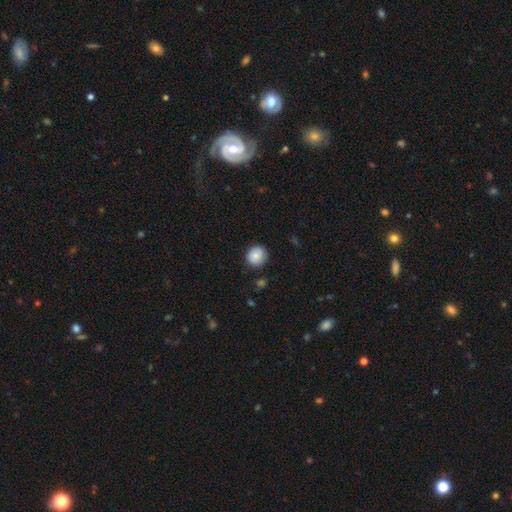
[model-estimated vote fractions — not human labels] A smooth galaxy with no disk features (84%) that is round (86%).

Vote fractions:
- Smooth or featured? smooth: 84% / featured or disk: 9% / star or artifact: 8%
- How rounded? round: 86% / in between: 13% / cigar-shaped: 1%
- Merging? none: 86% / minor disturbance: 10% / major disturbance: 2% / merger: 1%